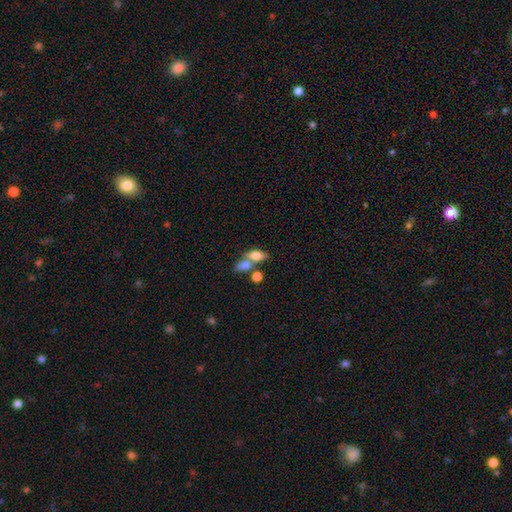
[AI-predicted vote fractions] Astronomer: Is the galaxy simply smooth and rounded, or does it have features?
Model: smooth — 71%.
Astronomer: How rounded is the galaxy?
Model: in between — 79%.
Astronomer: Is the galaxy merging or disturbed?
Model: merger — 46% (runner-up: none, 37%).